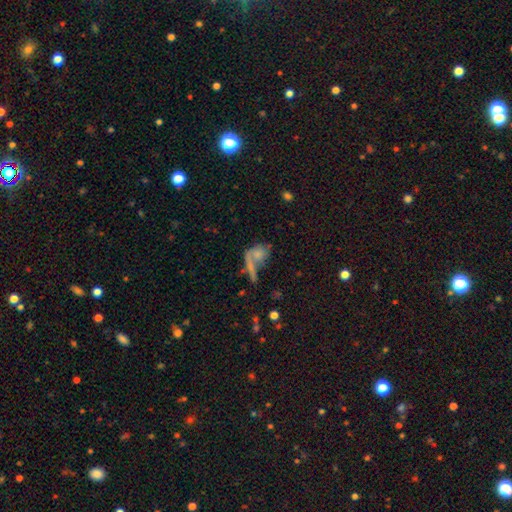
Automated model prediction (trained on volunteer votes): Overall: smooth (55%; featured or disk 33%). How rounded: in between (55%; round 36%). Merging: merger (38%; none 33%).